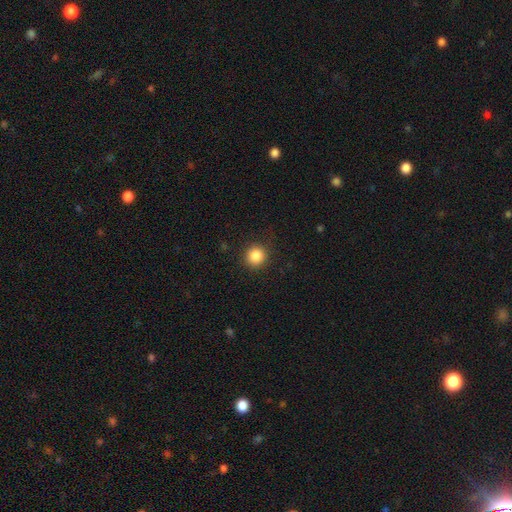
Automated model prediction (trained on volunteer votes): Smooth or featured? smooth (86%)
How rounded? round (91%)
Merging? none (89%)